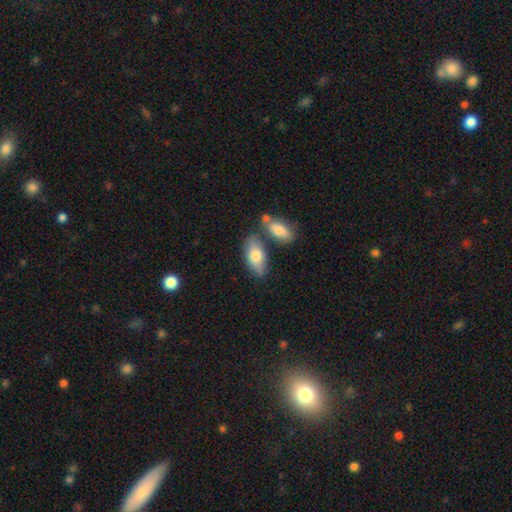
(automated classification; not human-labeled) Overall: smooth (75%). How rounded: in between (88%). Merging: none (63%).